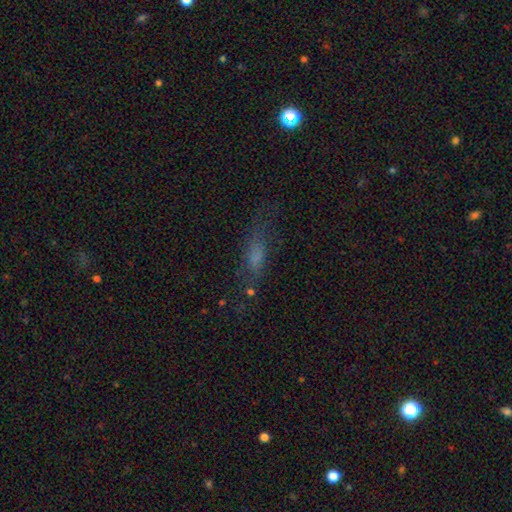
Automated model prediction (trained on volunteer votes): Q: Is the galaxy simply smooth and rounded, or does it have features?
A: smooth — 56%.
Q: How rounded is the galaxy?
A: cigar-shaped — 51%.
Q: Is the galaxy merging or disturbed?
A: none — 51%.